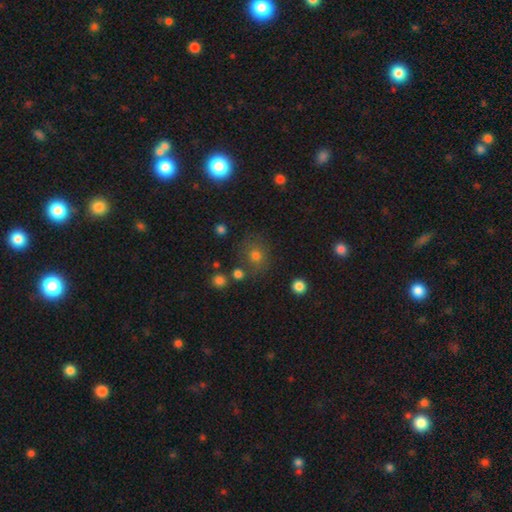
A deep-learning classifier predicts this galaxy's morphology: Smooth or featured? Predicted: smooth (p=0.71). How rounded? Predicted: round (p=0.80). Merging? Predicted: none (p=0.72).